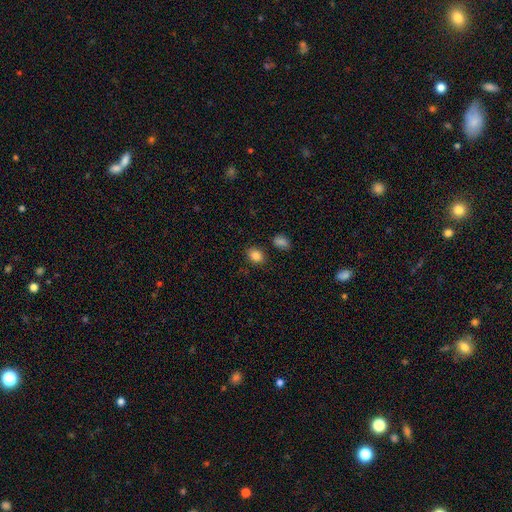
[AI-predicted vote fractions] A smooth galaxy with no disk features (85%) that is in between round and cigar-shaped (61%).

Vote fractions:
- Smooth or featured? smooth: 85% / star or artifact: 10% / featured or disk: 5%
- How rounded? in between: 61% / round: 38% / cigar-shaped: 1%
- Merging? none: 81% / minor disturbance: 11% / merger: 5% / major disturbance: 3%